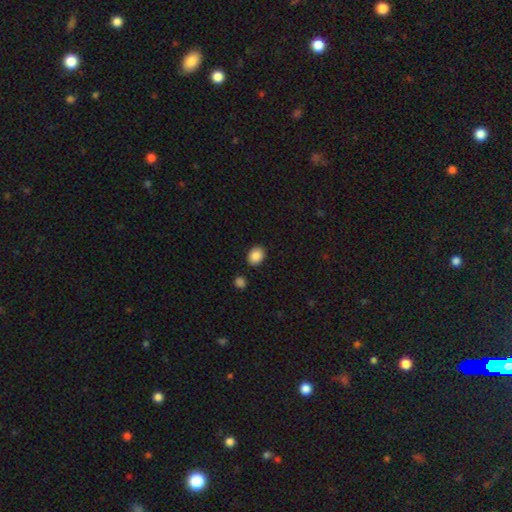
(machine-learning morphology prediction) This is clearly a smooth galaxy (88%). How rounded: possibly in between (59%). Merging: clearly none (86%).